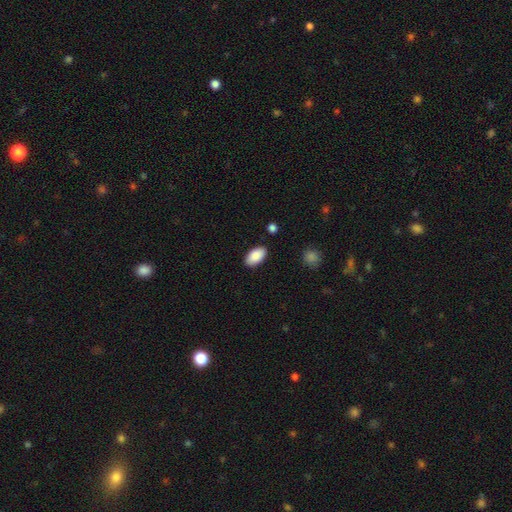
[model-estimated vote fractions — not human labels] A smooth galaxy with no disk features (90%) that is in between round and cigar-shaped (95%). Merging: none (87%).